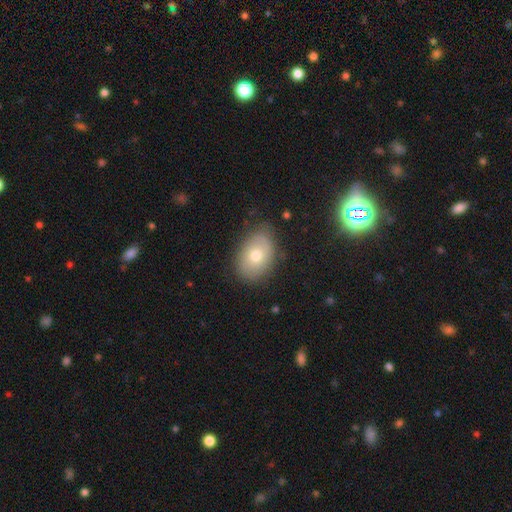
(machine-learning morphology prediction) Smooth or featured?
  - smooth: 67% *
  - featured or disk: 24%
  - star or artifact: 9%
How rounded?
  - in between: 81% *
  - round: 18%
  - cigar-shaped: 1%
Merging?
  - none: 79% *
  - minor disturbance: 16%
  - major disturbance: 4%
  - merger: 1%